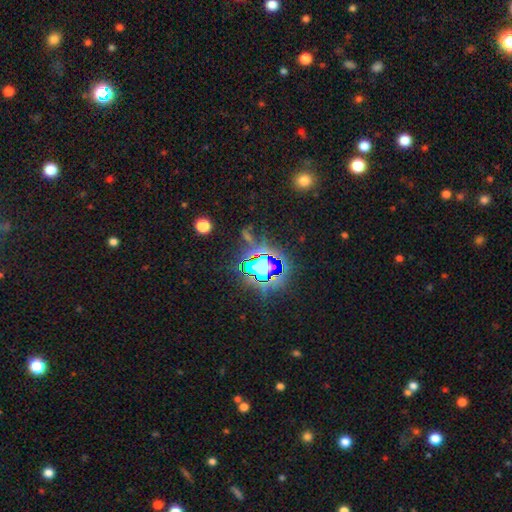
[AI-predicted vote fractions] A star or artifact, not a galaxy (83%).

Vote fractions:
- Smooth or featured? star or artifact: 83% / smooth: 10% / featured or disk: 7%